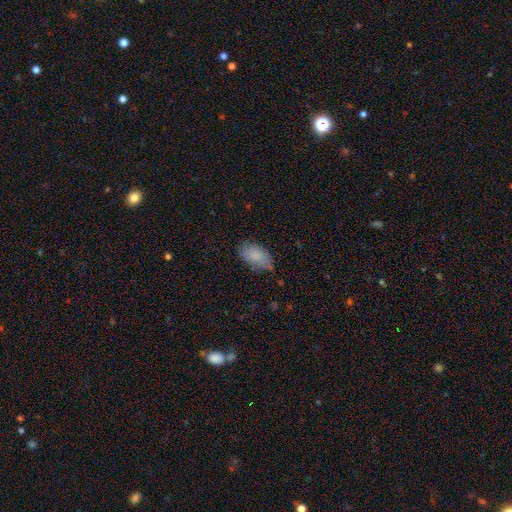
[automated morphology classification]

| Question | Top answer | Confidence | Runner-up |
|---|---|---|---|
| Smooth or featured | smooth | 83% | featured or disk (10%) |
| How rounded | in between | 94% | round (4%) |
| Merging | none | 71% | minor disturbance (22%) |